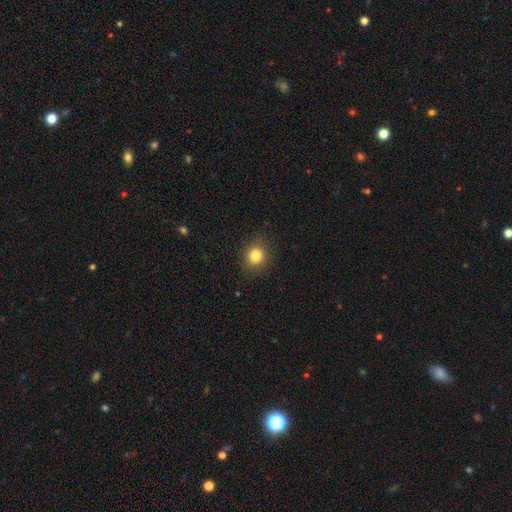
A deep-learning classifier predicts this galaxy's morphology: type=smooth (82%); roundness=round (77%); merging=none (88%).